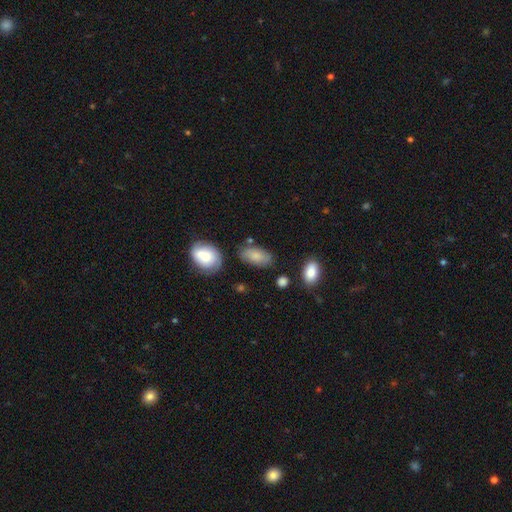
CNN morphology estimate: smooth 78%, featured or disk 14%, star or artifact 8%. Down the decision tree: how rounded — in between (92%); merging — none (71%).